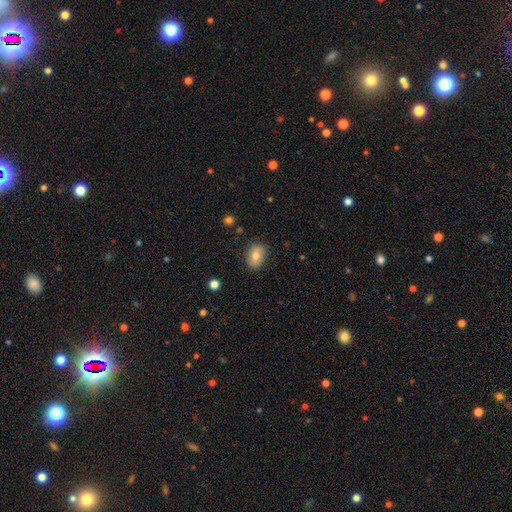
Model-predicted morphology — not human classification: Q: Smooth or featured?
A: smooth (73%); runner-up: featured or disk (19%)
Q: How rounded?
A: in between (74%); runner-up: round (25%)
Q: Merging?
A: none (81%); runner-up: minor disturbance (15%)